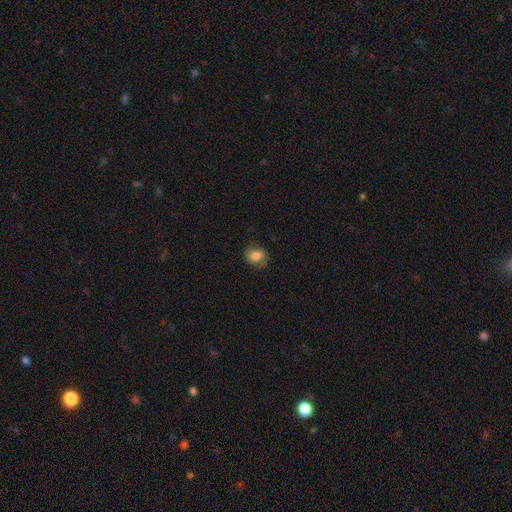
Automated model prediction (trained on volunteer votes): This is likely a smooth galaxy (75%). How rounded: possibly round (55%). Merging: likely none (69%).